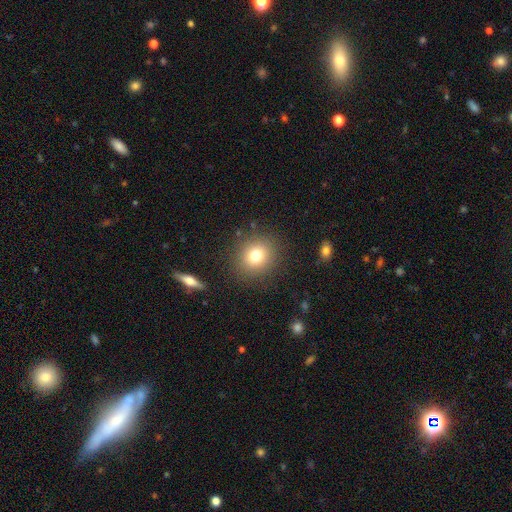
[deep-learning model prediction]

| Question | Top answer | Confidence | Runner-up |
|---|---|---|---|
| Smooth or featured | smooth | 77% | star or artifact (13%) |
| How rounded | round | 84% | in between (15%) |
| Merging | none | 87% | minor disturbance (8%) |